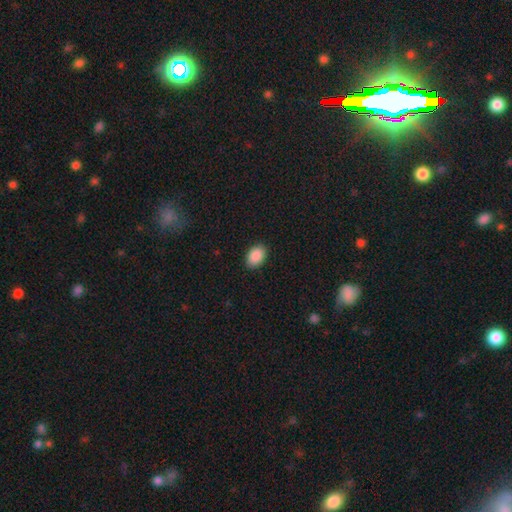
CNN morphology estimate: smooth 90%, star or artifact 7%, featured or disk 3%. Down the decision tree: how rounded — in between (88%); merging — none (89%).